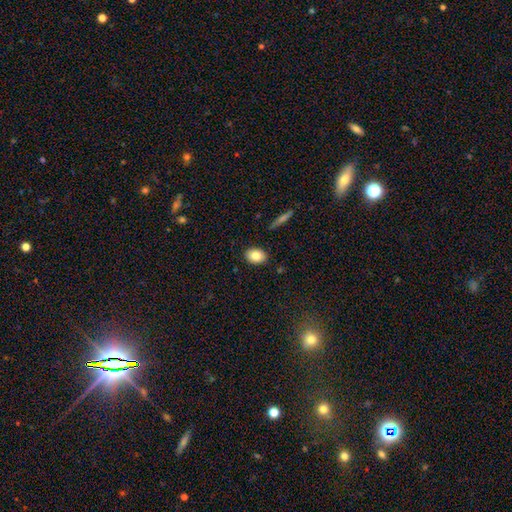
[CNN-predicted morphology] Smooth or featured? smooth (82%)
How rounded? in between (78%)
Merging? none (88%)